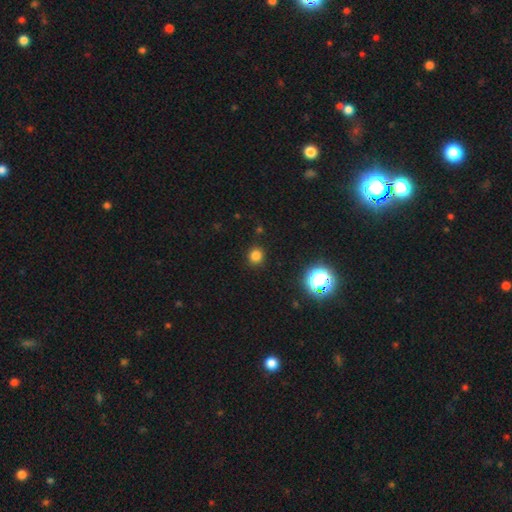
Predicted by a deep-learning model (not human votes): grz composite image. It shows a smooth galaxy with no disk features (79%) that is round (89%). Merging: none (91%).